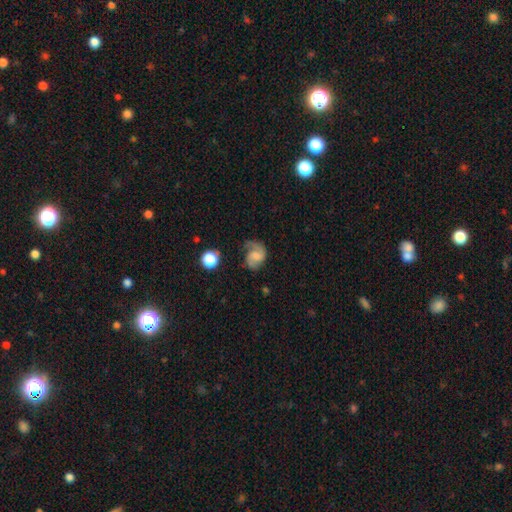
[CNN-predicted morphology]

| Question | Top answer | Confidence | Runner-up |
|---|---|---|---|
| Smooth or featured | featured or disk | 62% | smooth (29%) |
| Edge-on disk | no | 98% | yes (2%) |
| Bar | no | 49% | weak (42%) |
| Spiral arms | yes | 92% | no (8%) |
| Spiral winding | medium | 46% | loose (31%) |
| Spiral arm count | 2 | 64% | 1 (27%) |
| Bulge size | none | 34% | small (26%) |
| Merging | none | 50% | minor disturbance (25%) |